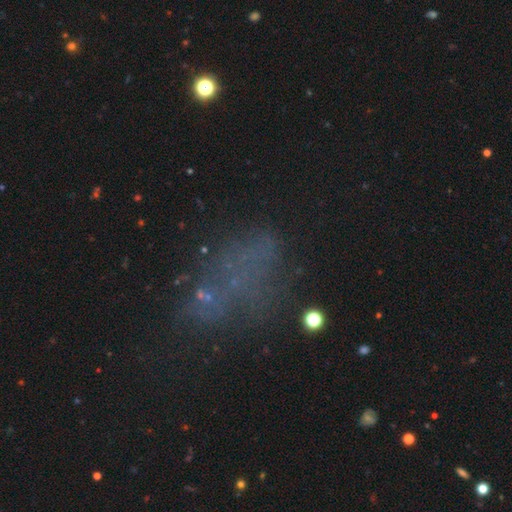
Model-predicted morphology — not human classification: Q: Smooth or featured?
A: star or artifact (41%); runner-up: featured or disk (31%)